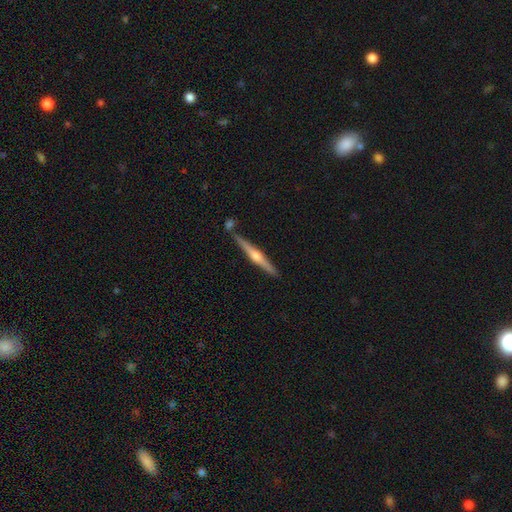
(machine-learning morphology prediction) Smooth or featured? featured or disk (75%)
Edge-on disk? yes (98%)
Edge-on bulge? rounded (88%)
Merging? none (83%)